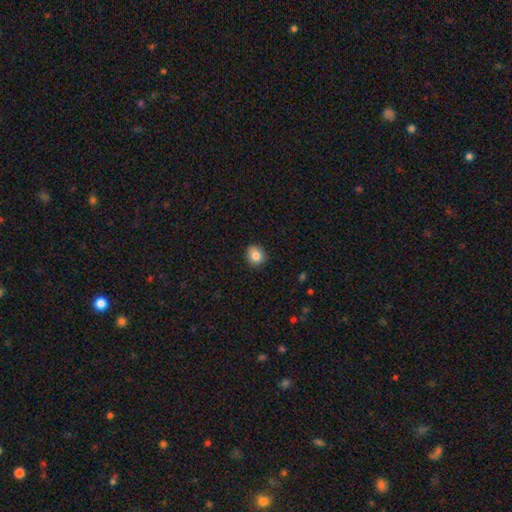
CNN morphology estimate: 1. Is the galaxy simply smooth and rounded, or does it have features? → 84% smooth, 10% star or artifact, 7% featured or disk.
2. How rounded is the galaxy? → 77% round, 22% in between, 1% cigar-shaped.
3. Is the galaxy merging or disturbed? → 87% none, 10% minor disturbance, 2% major disturbance, 1% merger.